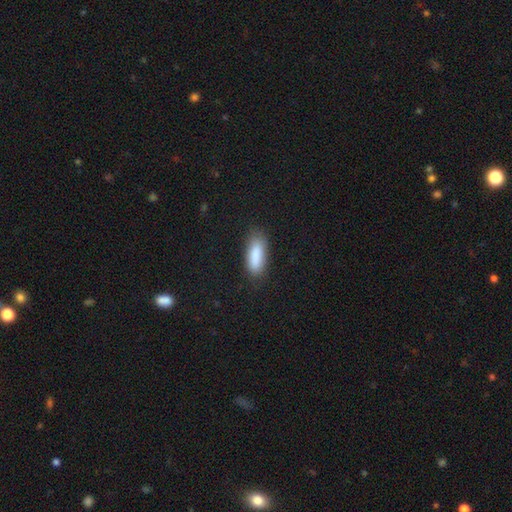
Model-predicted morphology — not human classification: Q: Smooth or featured?
A: smooth (87%); runner-up: star or artifact (7%)
Q: How rounded?
A: in between (69%); runner-up: cigar-shaped (29%)
Q: Merging?
A: none (78%); runner-up: minor disturbance (17%)